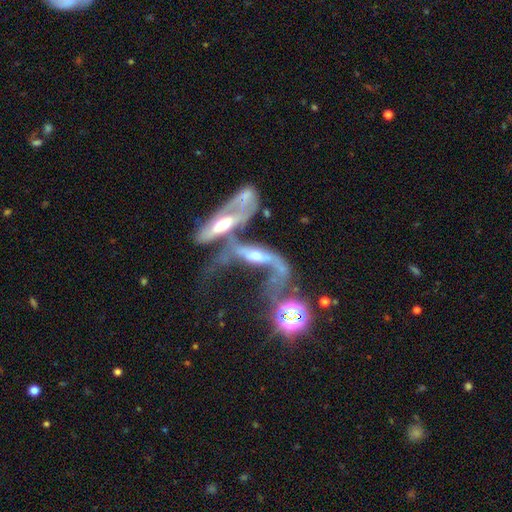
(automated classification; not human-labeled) This appears to be a featured or disk galaxy (72%). Merging: merger (70%).